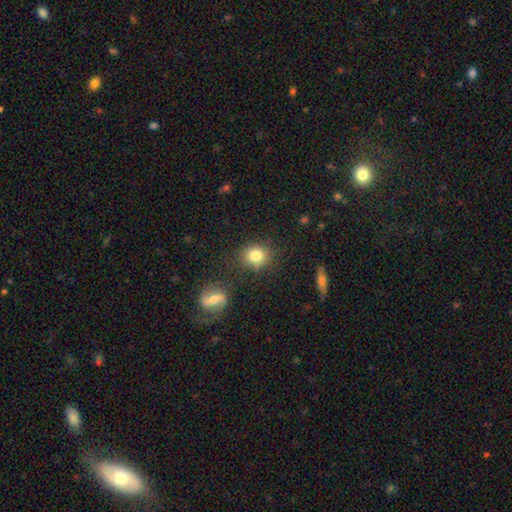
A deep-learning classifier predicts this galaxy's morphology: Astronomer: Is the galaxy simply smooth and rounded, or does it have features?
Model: smooth — 81%.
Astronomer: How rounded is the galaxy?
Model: round — 76%.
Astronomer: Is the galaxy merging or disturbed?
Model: none — 79%.